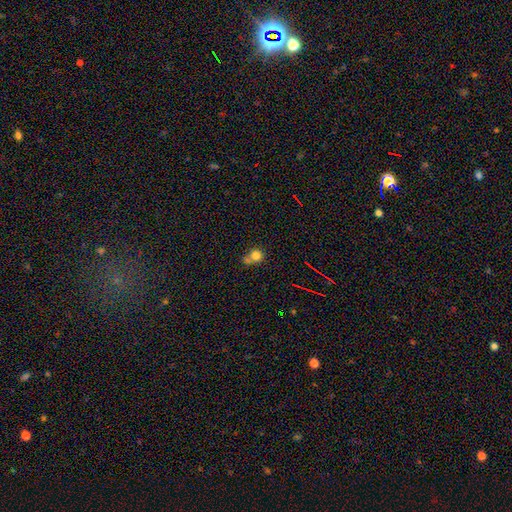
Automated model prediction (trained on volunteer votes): The model was most divided on "merging": none: 50%, merger: 31%, minor disturbance: 14%, major disturbance: 6%. More confident: how rounded — round (86%); smooth or featured — smooth (77%).